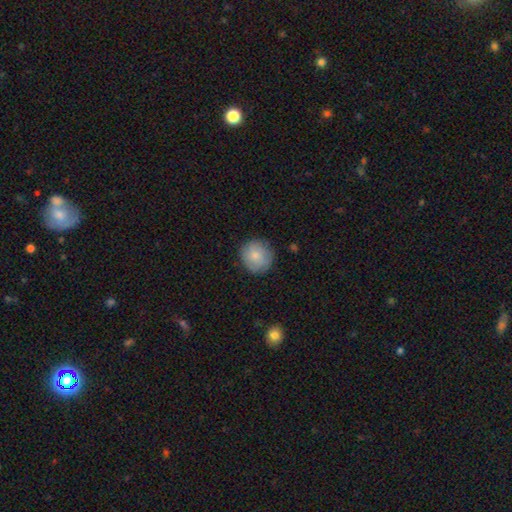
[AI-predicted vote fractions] Smooth or featured: smooth — 81% (featured or disk — 12%)
How rounded: round — 92% (in between — 7%)
Merging: none — 83% (minor disturbance — 13%)